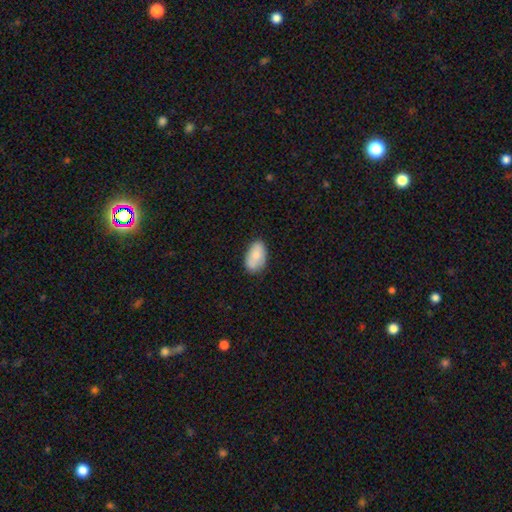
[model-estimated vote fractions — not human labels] Overall: smooth (78%). How rounded: in between (92%). Merging: none (75%).